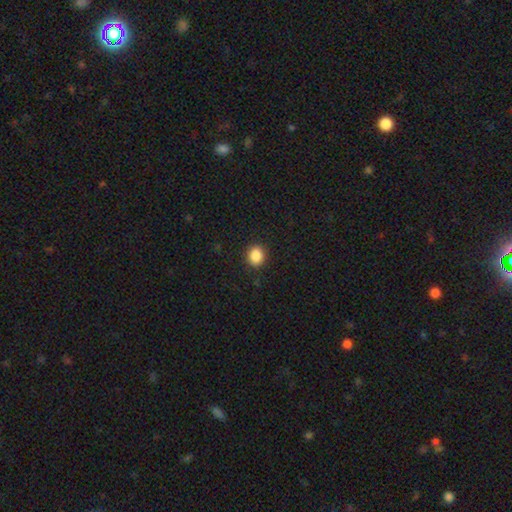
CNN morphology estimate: Q: Smooth or featured?
A: smooth (88%); runner-up: star or artifact (9%)
Q: How rounded?
A: round (68%); runner-up: in between (32%)
Q: Merging?
A: none (90%); runner-up: minor disturbance (7%)